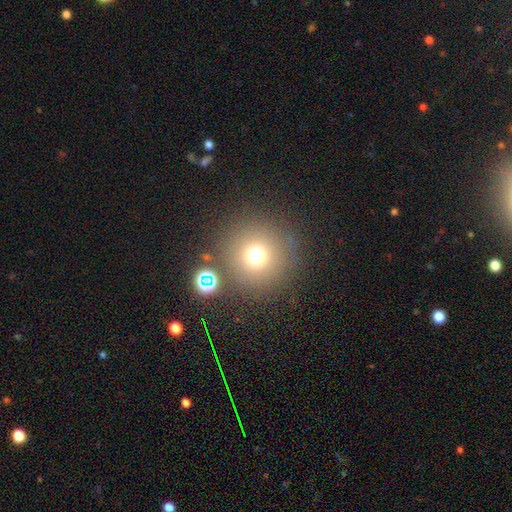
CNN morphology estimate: Smooth or featured?
  - smooth: 71% *
  - star or artifact: 19%
  - featured or disk: 10%
How rounded?
  - round: 95% *
  - in between: 4%
  - cigar-shaped: 1%
Merging?
  - none: 82% *
  - minor disturbance: 8%
  - merger: 6%
  - major disturbance: 4%